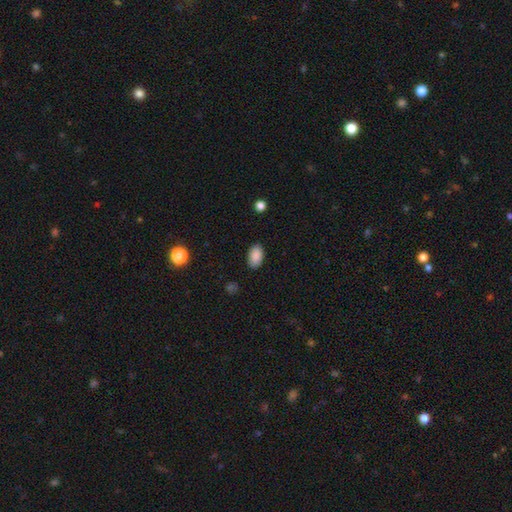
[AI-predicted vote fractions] Smooth or featured? Predicted: smooth (p=0.89). How rounded? Predicted: in between (p=0.93). Merging? Predicted: none (p=0.87).